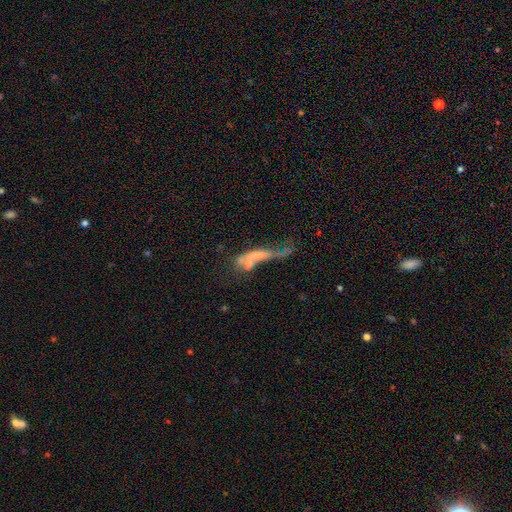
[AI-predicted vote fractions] smooth_or_featured: featured or disk (p=0.49) [alt: smooth p=0.37]
merging: merger (p=0.34) [alt: major disturbance p=0.33]